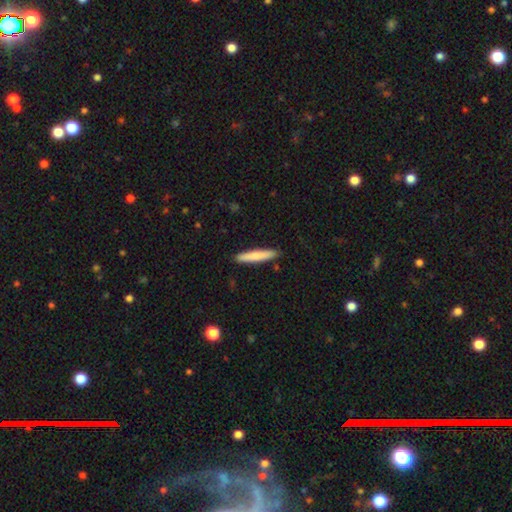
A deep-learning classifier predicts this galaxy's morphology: smooth-or-featured: smooth: 74% | featured or disk: 21% | star or artifact: 5%
  how-rounded: cigar-shaped: 93% | in between: 6% | round: 1%
  merging: none: 90% | minor disturbance: 7% | major disturbance: 1% | merger: 1%